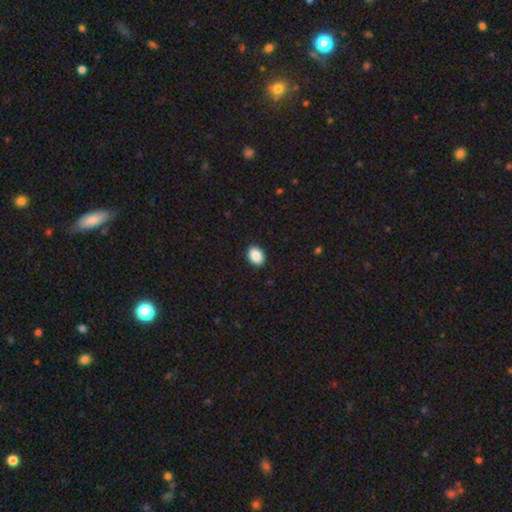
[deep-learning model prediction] Morphology: type=smooth (89%); roundness=in between (80%); merging=none (91%).